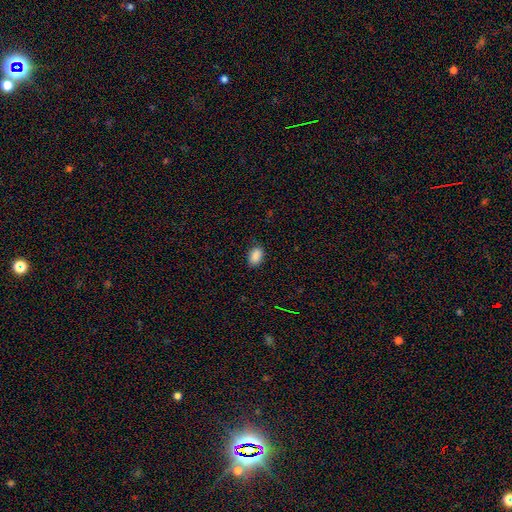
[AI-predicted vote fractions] A smooth galaxy with no disk features (88%) that is in between round and cigar-shaped (87%).

Vote fractions:
- Smooth or featured? smooth: 88% / star or artifact: 9% / featured or disk: 3%
- How rounded? in between: 87% / round: 11% / cigar-shaped: 1%
- Merging? none: 82% / minor disturbance: 14% / major disturbance: 3% / merger: 1%